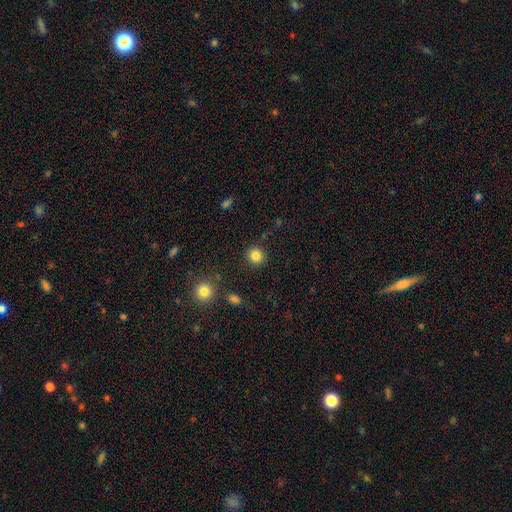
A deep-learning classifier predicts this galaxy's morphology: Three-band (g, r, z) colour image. It shows a smooth galaxy with no disk features (84%) that is round (92%). Merging: none (90%).